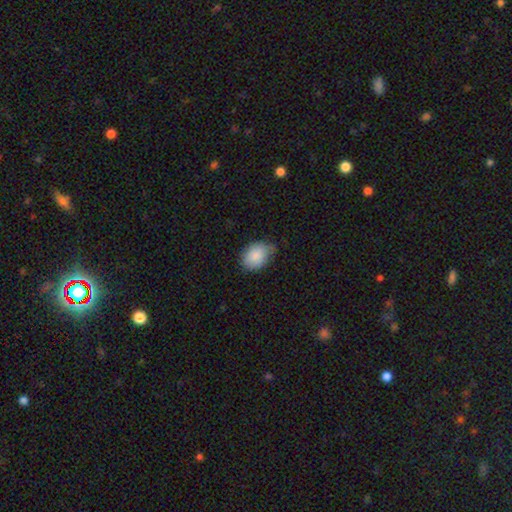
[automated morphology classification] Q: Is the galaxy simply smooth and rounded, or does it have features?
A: smooth — 87%.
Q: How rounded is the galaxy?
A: in between — 71%.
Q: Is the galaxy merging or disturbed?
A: none — 58%.